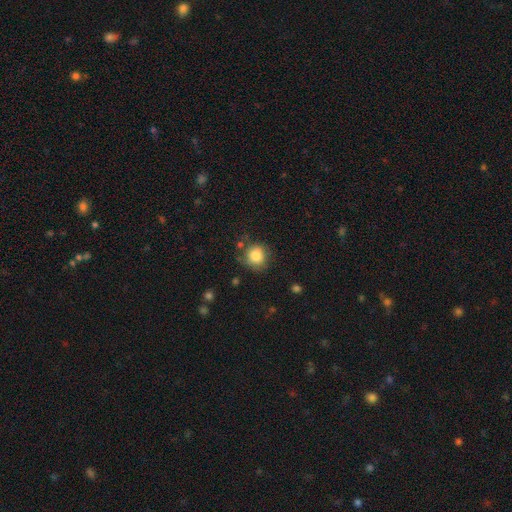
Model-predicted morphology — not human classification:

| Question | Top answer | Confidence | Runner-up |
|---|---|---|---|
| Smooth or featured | smooth | 83% | star or artifact (10%) |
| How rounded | round | 86% | in between (13%) |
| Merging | none | 73% | minor disturbance (17%) |